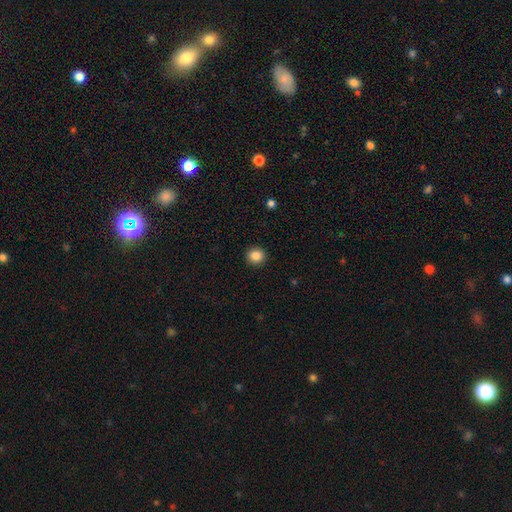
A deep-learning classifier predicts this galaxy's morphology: Q: Smooth or featured?
A: smooth (86%); runner-up: star or artifact (10%)
Q: How rounded?
A: round (89%); runner-up: in between (10%)
Q: Merging?
A: none (92%); runner-up: minor disturbance (5%)